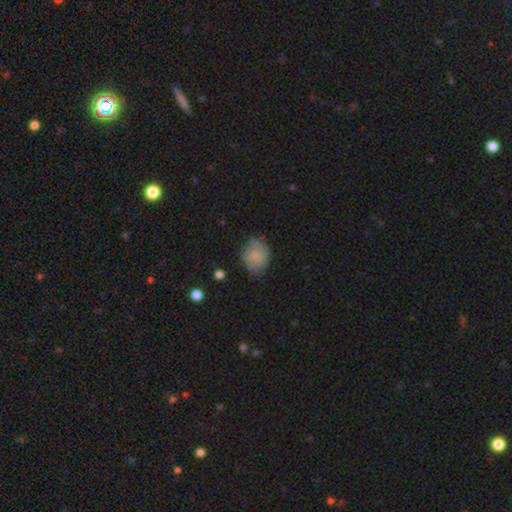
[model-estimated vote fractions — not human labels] Overall: smooth (69%). How rounded: round (64%; in between 35%). Merging: none (63%; minor disturbance 26%).